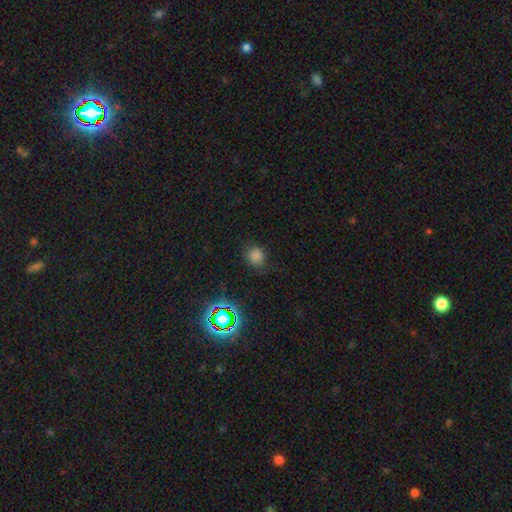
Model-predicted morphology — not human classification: smooth 76%, star or artifact 20%, featured or disk 5%. Down the decision tree: how rounded — round (70%); merging — none (80%).